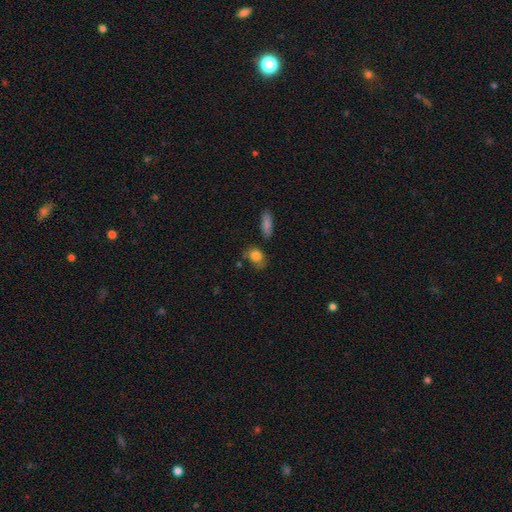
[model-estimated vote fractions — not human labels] A smooth galaxy with no disk features (82%) that is in between round and cigar-shaped (56%). Merging: none (58%).